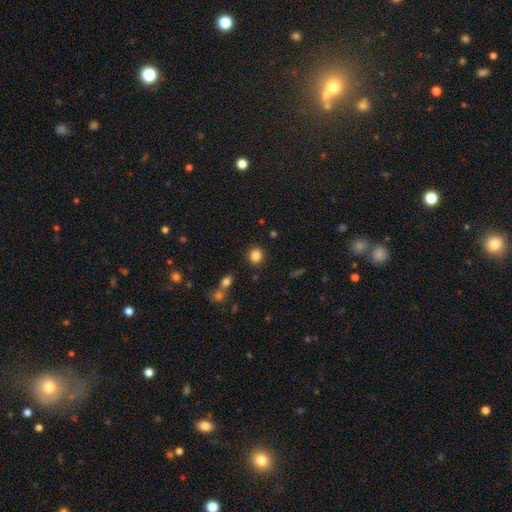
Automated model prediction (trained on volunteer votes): Morphology: type=smooth (84%); roundness=round (82%); merging=none (88%).